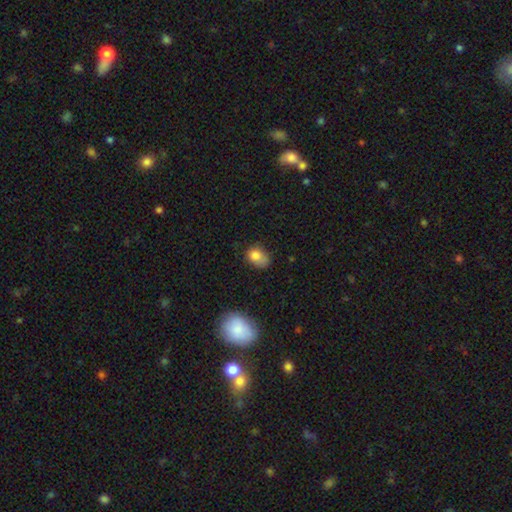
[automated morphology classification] Smooth or featured: smooth — 79% (star or artifact — 11%)
How rounded: in between — 66% (round — 33%)
Merging: none — 42% (minor disturbance — 37%)